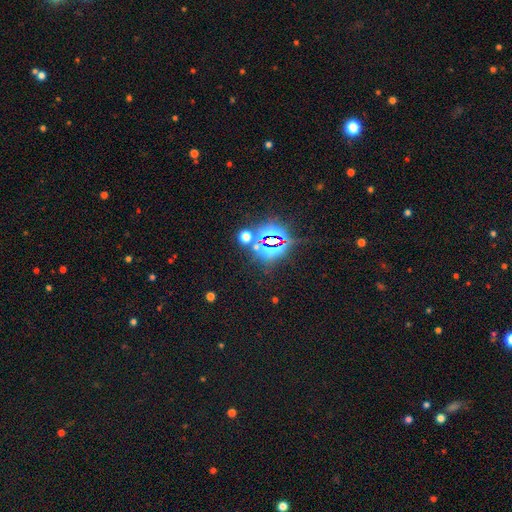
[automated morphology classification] A star or artifact, not a galaxy (79%).